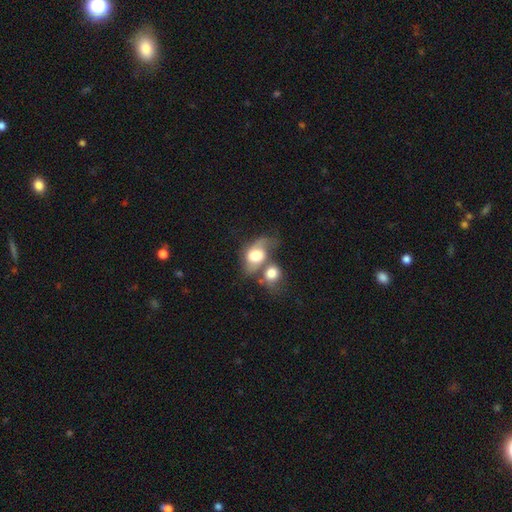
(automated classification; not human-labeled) A smooth galaxy with no disk features (51%) that is in between round and cigar-shaped (65%). Merging: merger (58%).